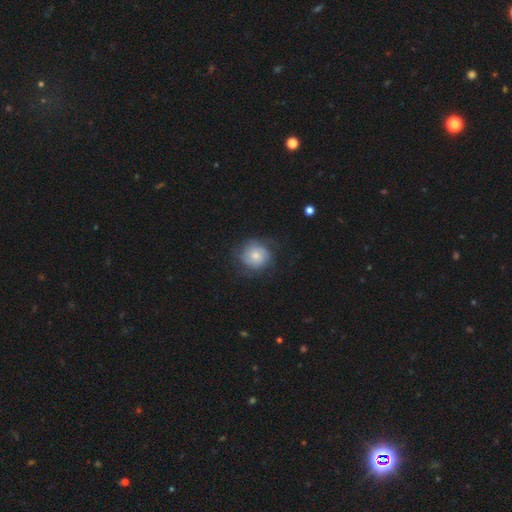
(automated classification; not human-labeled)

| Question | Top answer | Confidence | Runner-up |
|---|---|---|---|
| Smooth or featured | featured or disk | 49% | smooth (44%) |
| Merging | none | 70% | minor disturbance (19%) |